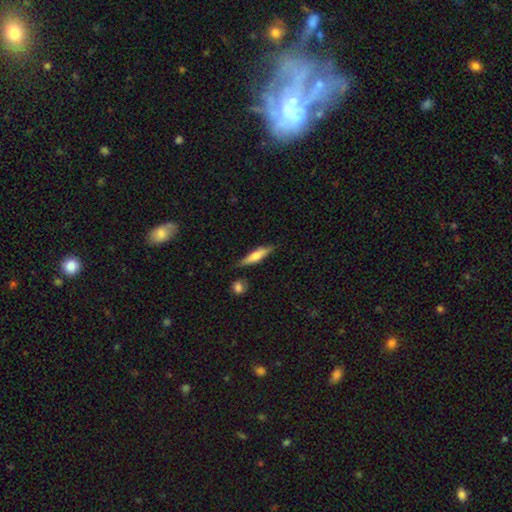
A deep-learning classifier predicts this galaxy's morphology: The model was most divided on "smooth or featured": smooth: 57%, featured or disk: 37%, star or artifact: 6%. More confident: merging — none (79%); how rounded — cigar-shaped (76%).